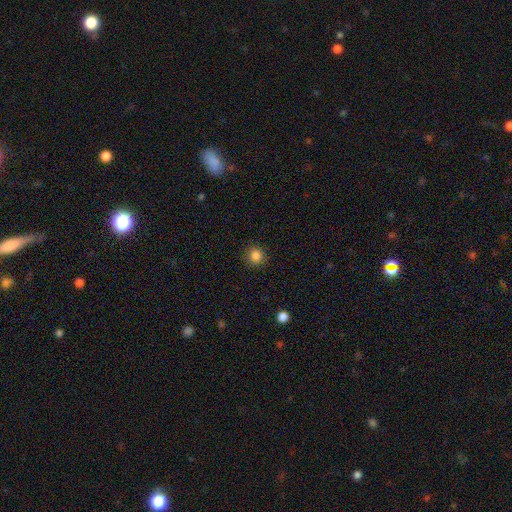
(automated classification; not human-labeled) Smooth or featured? smooth (85%)
How rounded? round (90%)
Merging? none (90%)